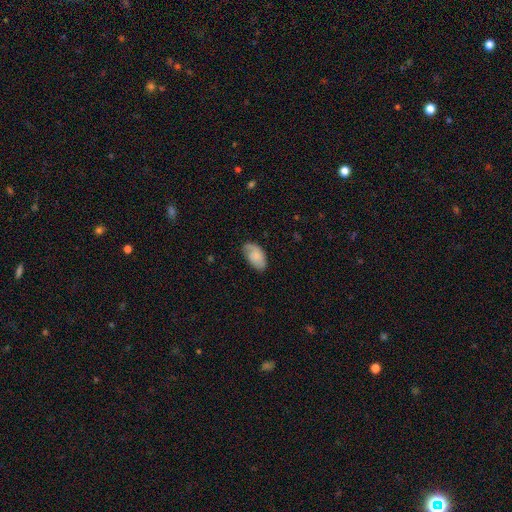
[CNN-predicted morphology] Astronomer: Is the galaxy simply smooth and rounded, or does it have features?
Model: smooth — 67%.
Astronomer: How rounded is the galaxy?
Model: in between — 94%.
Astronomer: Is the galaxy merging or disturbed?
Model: none — 66%.